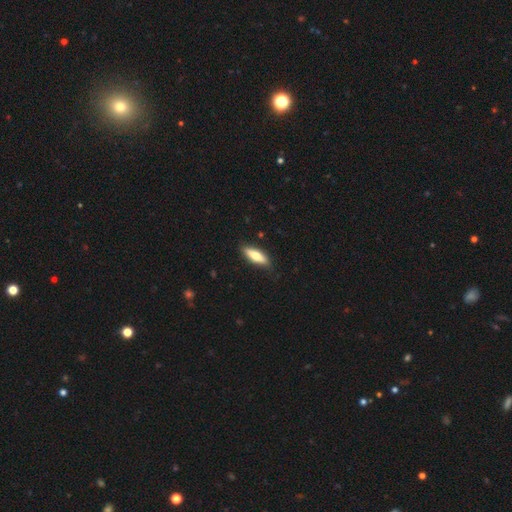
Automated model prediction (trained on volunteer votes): Smooth or featured? Predicted: smooth (p=0.63). How rounded? Predicted: in between (p=0.50). Merging? Predicted: none (p=0.86).